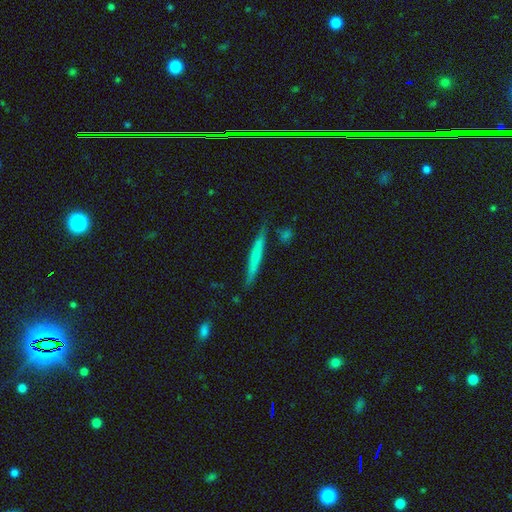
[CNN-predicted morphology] The model was most divided on "smooth or featured": smooth: 59%, featured or disk: 35%, star or artifact: 6%. More confident: how rounded — cigar-shaped (96%); merging — none (82%).